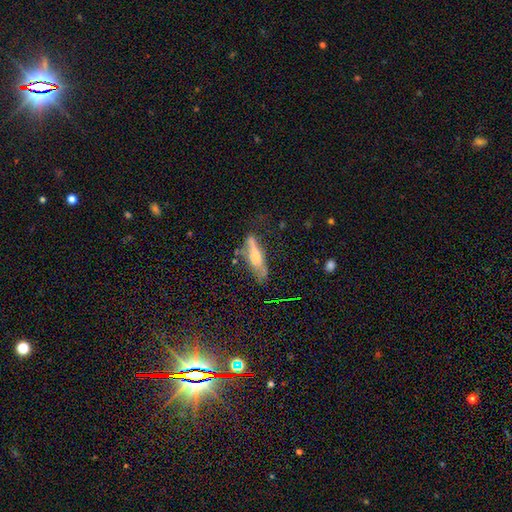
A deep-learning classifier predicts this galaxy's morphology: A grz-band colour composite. It shows a featured or disk galaxy (53%) viewed edge-on (69%). Merging: none (57%).